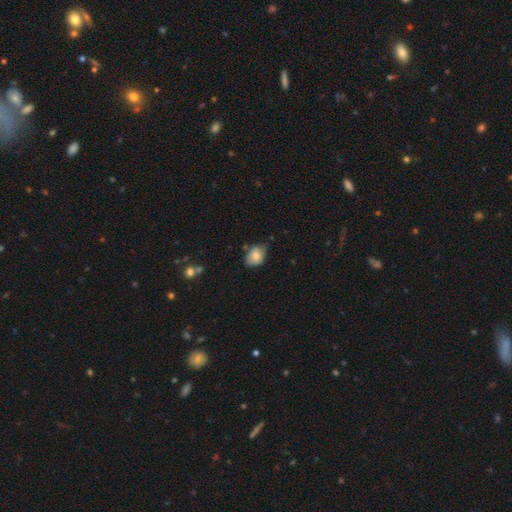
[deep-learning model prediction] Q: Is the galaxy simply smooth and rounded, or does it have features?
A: smooth — 72%.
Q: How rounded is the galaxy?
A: in between — 71%.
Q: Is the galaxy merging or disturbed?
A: none — 56%.